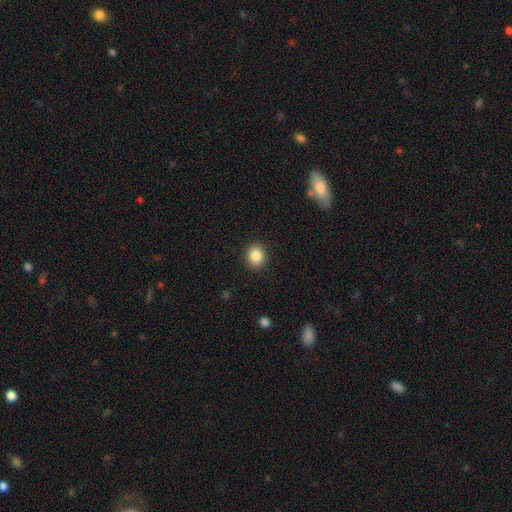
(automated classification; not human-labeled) Smooth or featured: smooth — 86% (star or artifact — 9%)
How rounded: round — 68% (in between — 31%)
Merging: none — 90% (minor disturbance — 7%)